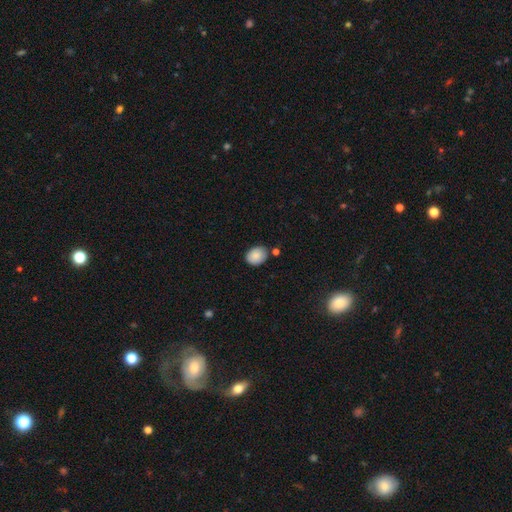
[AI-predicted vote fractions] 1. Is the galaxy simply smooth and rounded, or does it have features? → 87% smooth, 8% star or artifact, 5% featured or disk.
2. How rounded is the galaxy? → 56% in between, 43% round, 1% cigar-shaped.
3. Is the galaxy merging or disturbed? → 76% none, 15% minor disturbance, 6% merger, 3% major disturbance.